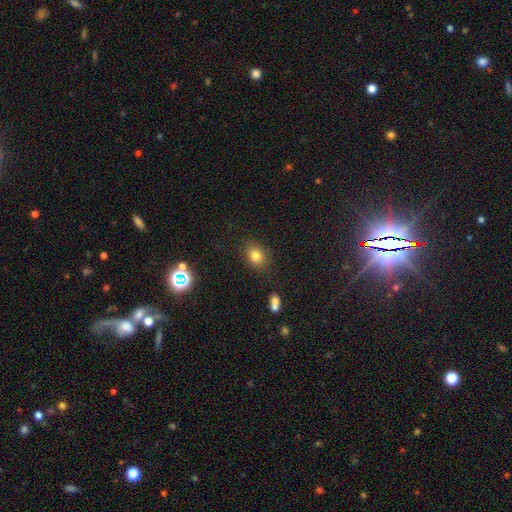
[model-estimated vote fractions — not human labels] Overall: smooth (79%). How rounded: in between (57%; round 42%). Merging: none (85%).